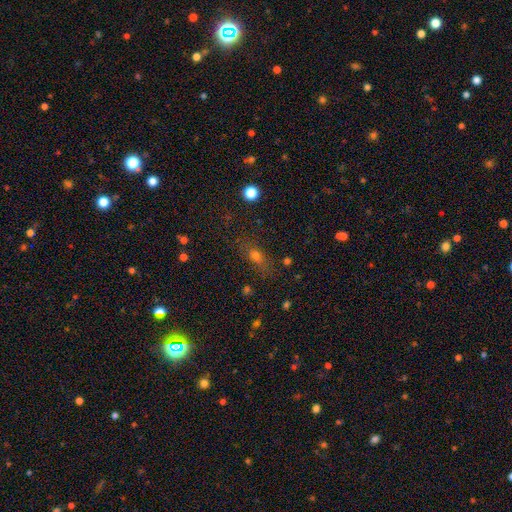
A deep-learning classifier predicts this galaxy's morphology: smooth 62%, star or artifact 22%, featured or disk 16%. Down the decision tree: how rounded — in between (57%); merging — none (72%).